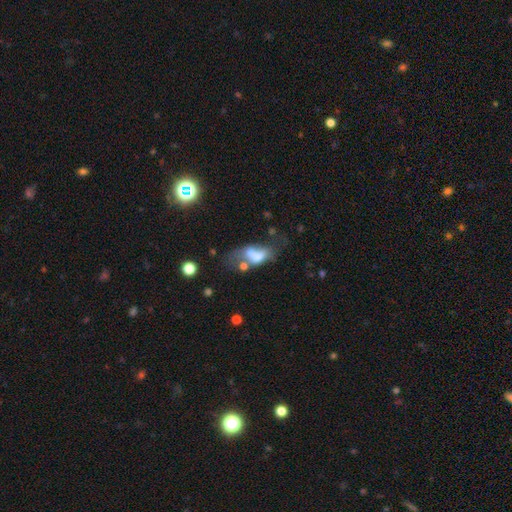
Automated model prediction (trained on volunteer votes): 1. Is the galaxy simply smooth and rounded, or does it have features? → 51% smooth, 36% featured or disk, 12% star or artifact.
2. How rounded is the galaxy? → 85% in between, 9% round, 5% cigar-shaped.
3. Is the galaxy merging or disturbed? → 36% major disturbance, 32% merger, 17% none, 15% minor disturbance.